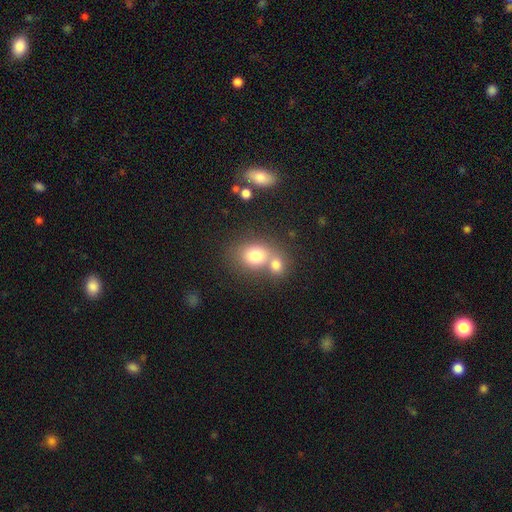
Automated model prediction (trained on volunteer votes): smooth-or-featured: smooth: 76% | featured or disk: 13% | star or artifact: 11%
  how-rounded: round: 55% | in between: 44% | cigar-shaped: 1%
  merging: merger: 50% | none: 37% | minor disturbance: 8% | major disturbance: 4%